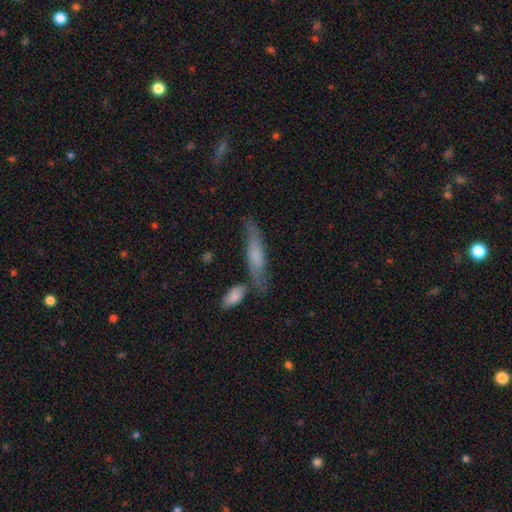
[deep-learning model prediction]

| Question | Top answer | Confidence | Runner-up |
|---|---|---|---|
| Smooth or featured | smooth | 56% | featured or disk (37%) |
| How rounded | cigar-shaped | 75% | in between (23%) |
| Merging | none | 60% | minor disturbance (20%) |